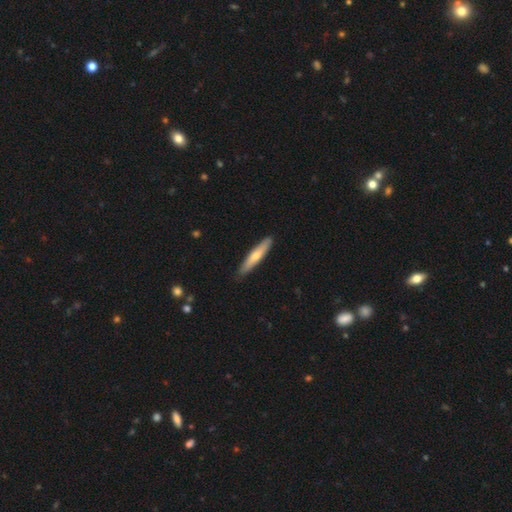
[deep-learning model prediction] A smooth galaxy with no disk features (61%) that is cigar-shaped (90%).

Vote fractions:
- Smooth or featured? smooth: 61% / featured or disk: 34% / star or artifact: 5%
- How rounded? cigar-shaped: 90% / in between: 9% / round: 1%
- Merging? none: 88% / minor disturbance: 9% / major disturbance: 2% / merger: 1%